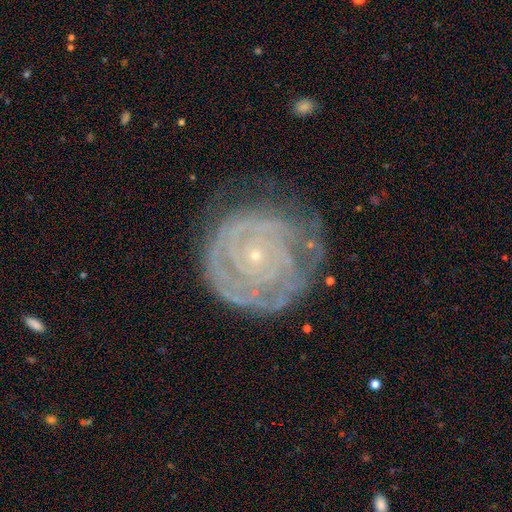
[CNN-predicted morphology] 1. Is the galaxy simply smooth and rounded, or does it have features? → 83% featured or disk, 10% smooth, 7% star or artifact.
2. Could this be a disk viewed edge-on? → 97% no, 3% yes.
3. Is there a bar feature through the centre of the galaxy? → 84% no, 12% weak, 4% strong.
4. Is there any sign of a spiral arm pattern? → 91% yes, 9% no.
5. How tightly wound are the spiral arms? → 85% tight, 12% medium, 3% loose.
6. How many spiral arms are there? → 38% can't tell, 19% 2, 17% 3, 12% 4, 8% more than 4, 7% 1.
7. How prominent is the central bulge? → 89% small, 8% moderate, 2% none, 1% large, 1% dominant.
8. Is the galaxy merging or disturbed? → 68% none, 21% minor disturbance, 9% major disturbance, 1% merger.